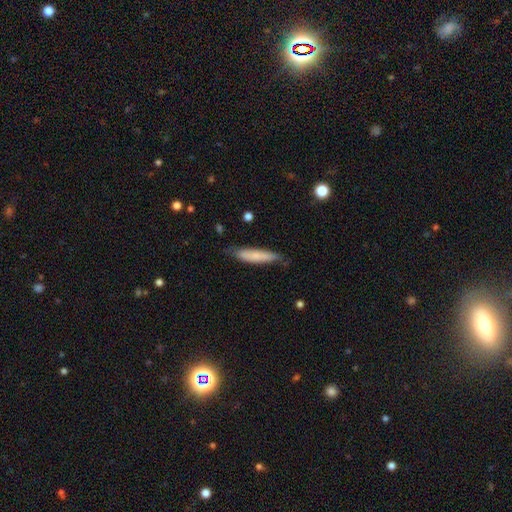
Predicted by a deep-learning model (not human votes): Smooth or featured?
  - smooth: 72% *
  - featured or disk: 22%
  - star or artifact: 6%
How rounded?
  - cigar-shaped: 83% *
  - in between: 16%
  - round: 1%
Merging?
  - none: 75% *
  - minor disturbance: 20%
  - major disturbance: 3%
  - merger: 2%